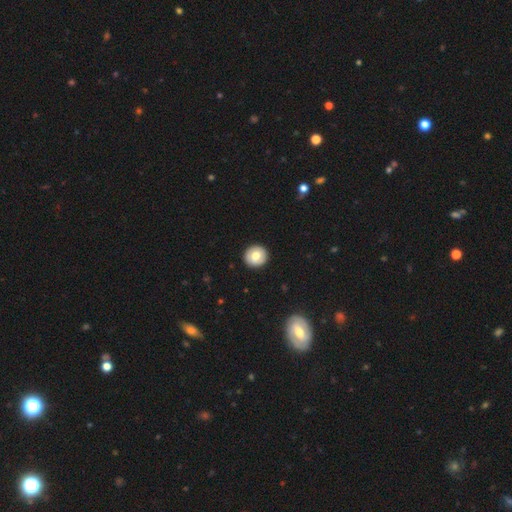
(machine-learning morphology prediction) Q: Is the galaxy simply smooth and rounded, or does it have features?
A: smooth — 71%.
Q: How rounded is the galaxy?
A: round — 93%.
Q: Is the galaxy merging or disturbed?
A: none — 92%.